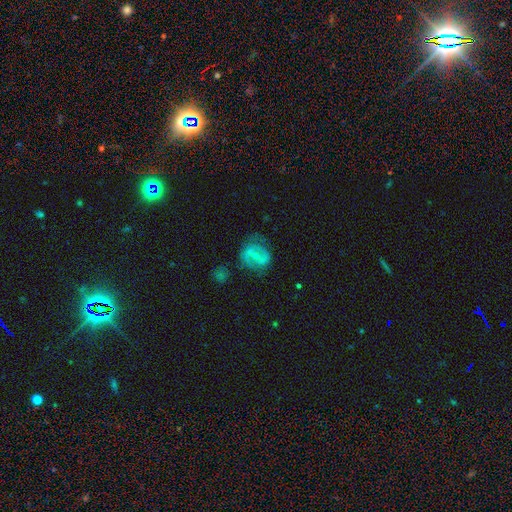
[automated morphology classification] featured or disk 64%, smooth 27%, star or artifact 8%. Down the decision tree: edge-on disk — no (97%); bar — weak (44%); spiral arms — yes (76%); bulge size — small (61%); merging — none (62%).